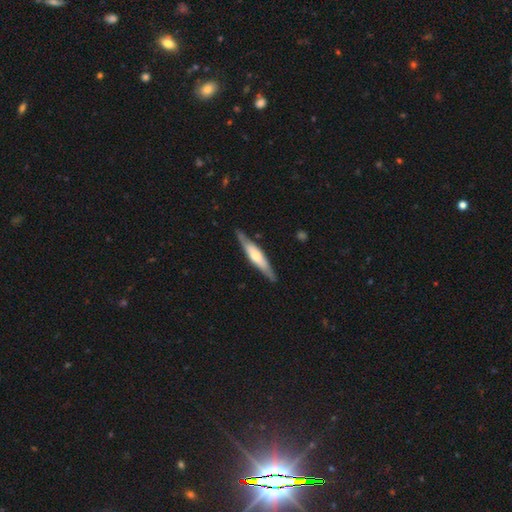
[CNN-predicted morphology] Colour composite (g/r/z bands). It shows a featured or disk galaxy (58%) viewed edge-on (93%) with a rounded central bulge (72%). Merging: none (85%).